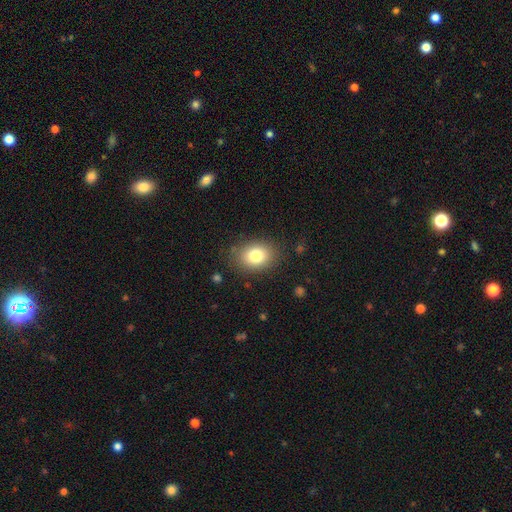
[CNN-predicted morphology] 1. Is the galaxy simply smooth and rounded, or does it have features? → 81% smooth, 10% star or artifact, 9% featured or disk.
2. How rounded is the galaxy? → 63% in between, 36% round, 1% cigar-shaped.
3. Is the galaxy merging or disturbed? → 84% none, 11% minor disturbance, 4% major disturbance, 1% merger.